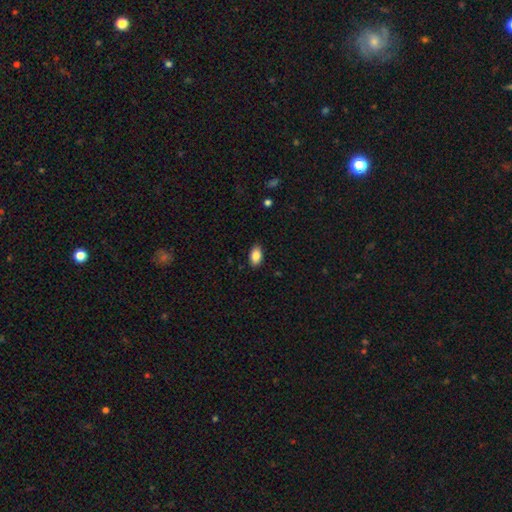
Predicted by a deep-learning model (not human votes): The model was most divided on "smooth or featured": smooth: 86%, star or artifact: 8%, featured or disk: 6%. More confident: how rounded — in between (92%); merging — none (88%).